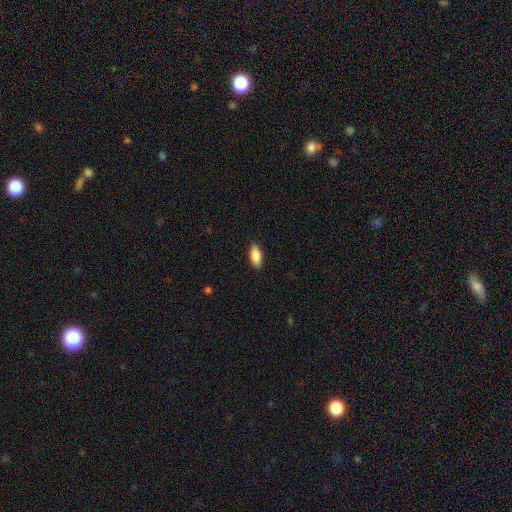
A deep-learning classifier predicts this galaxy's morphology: smooth_or_featured: smooth (p=0.87) [alt: featured or disk p=0.07]
how_rounded: in between (p=0.86) [alt: cigar-shaped p=0.12]
merging: none (p=0.89) [alt: minor disturbance p=0.09]